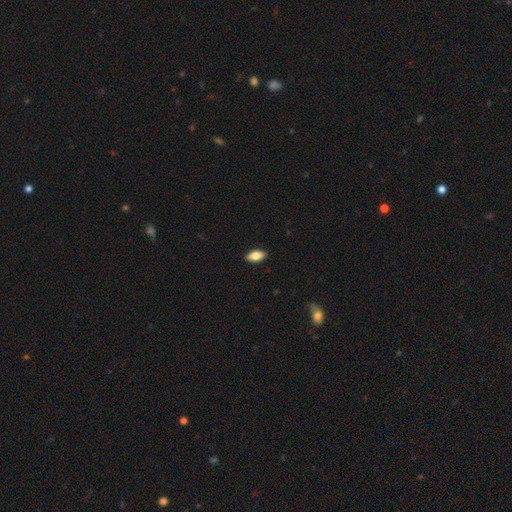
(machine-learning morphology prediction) Smooth or featured? smooth (83%)
How rounded? in between (90%)
Merging? none (89%)